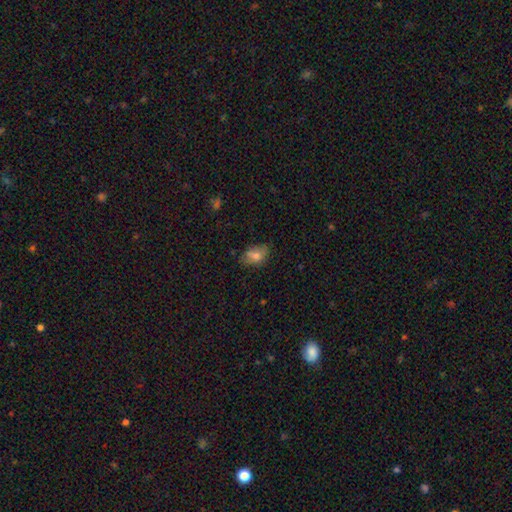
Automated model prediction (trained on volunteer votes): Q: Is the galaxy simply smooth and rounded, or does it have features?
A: smooth — 71%.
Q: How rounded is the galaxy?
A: in between — 83%.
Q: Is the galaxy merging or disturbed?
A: none — 70%.